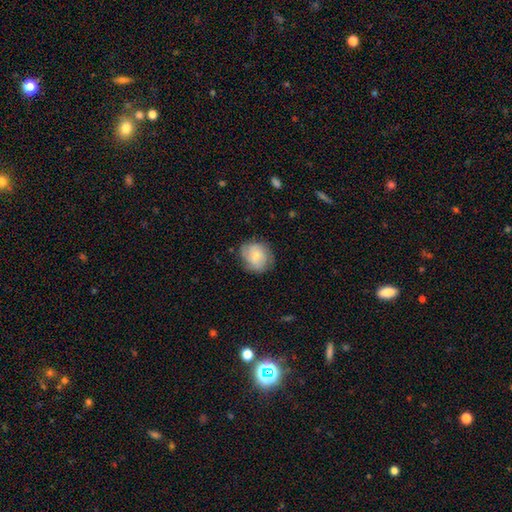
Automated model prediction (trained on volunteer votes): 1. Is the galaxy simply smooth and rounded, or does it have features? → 61% smooth, 32% featured or disk, 7% star or artifact.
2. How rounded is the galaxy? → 71% round, 28% in between, 1% cigar-shaped.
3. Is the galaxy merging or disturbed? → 72% none, 22% minor disturbance, 5% major disturbance, 1% merger.